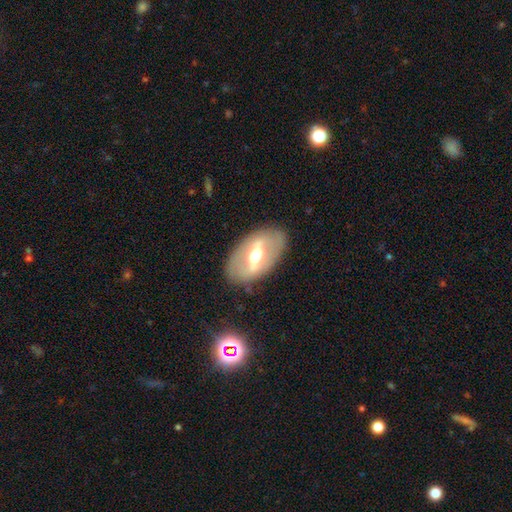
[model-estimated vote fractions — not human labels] This is likely a featured or disk galaxy (67%). It is clearly not viewed edge-on (86%). Bar: likely strong (60%). Spiral arm pattern: likely no (72%). Central bulge: likely moderate (70%). Merging: clearly none (82%).